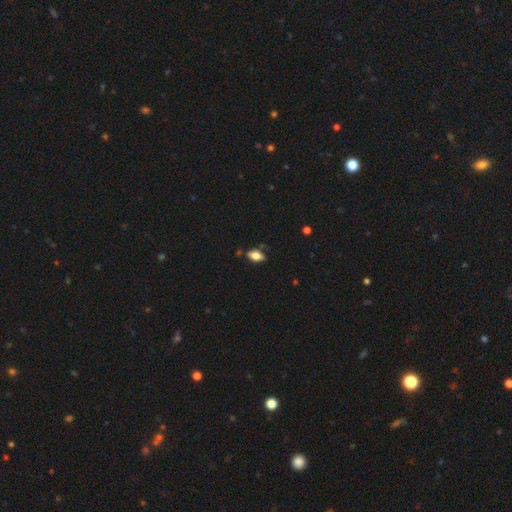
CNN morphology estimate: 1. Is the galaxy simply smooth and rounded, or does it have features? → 76% smooth, 16% featured or disk, 8% star or artifact.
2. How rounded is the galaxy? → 88% in between, 6% cigar-shaped, 5% round.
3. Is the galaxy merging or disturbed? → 73% none, 19% minor disturbance, 4% major disturbance, 4% merger.